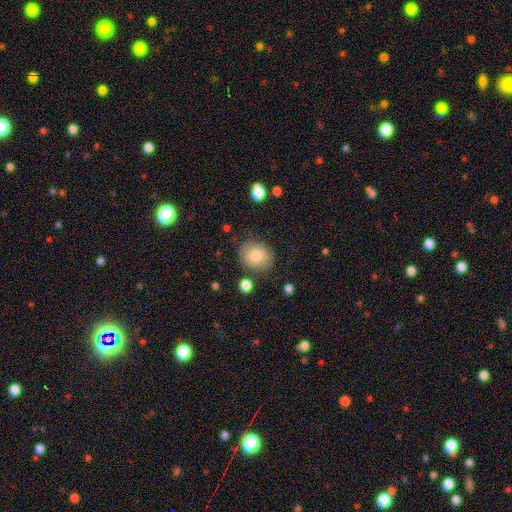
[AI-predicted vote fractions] This appears to be a smooth galaxy with no disk features (79%) that is round (66%). Merging: none (78%).